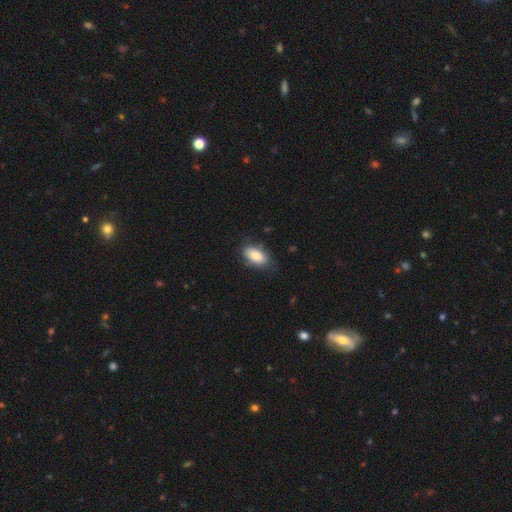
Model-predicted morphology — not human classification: smooth-or-featured: smooth: 83% | featured or disk: 10% | star or artifact: 7%
  how-rounded: in between: 92% | round: 5% | cigar-shaped: 3%
  merging: none: 76% | minor disturbance: 18% | major disturbance: 5% | merger: 1%